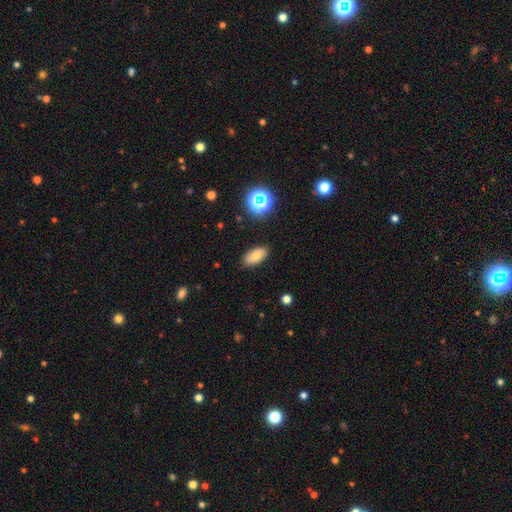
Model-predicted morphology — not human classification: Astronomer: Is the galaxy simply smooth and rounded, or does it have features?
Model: smooth — 76%.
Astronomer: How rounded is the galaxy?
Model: in between — 89%.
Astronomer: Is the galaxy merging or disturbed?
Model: none — 87%.